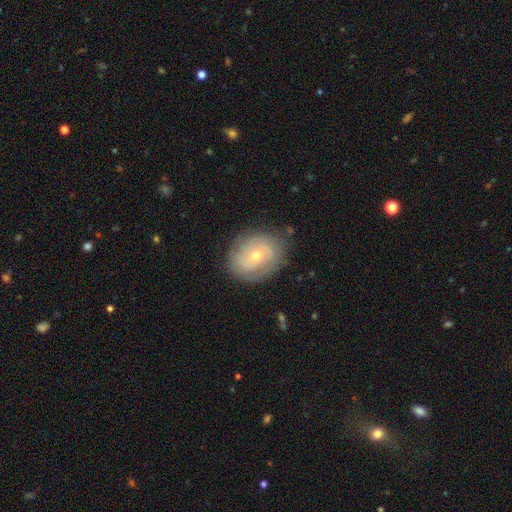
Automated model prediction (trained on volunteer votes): Overall: featured or disk (72%). Edge-on disk: no (97%). Bar: no (65%; weak 29%). Spiral arms: yes (84%). Spiral arm count: 2 (55%; can't tell 27%). Spiral winding: tight (57%; medium 32%). Bulge size: small (52%; moderate 45%). Merging: none (80%).